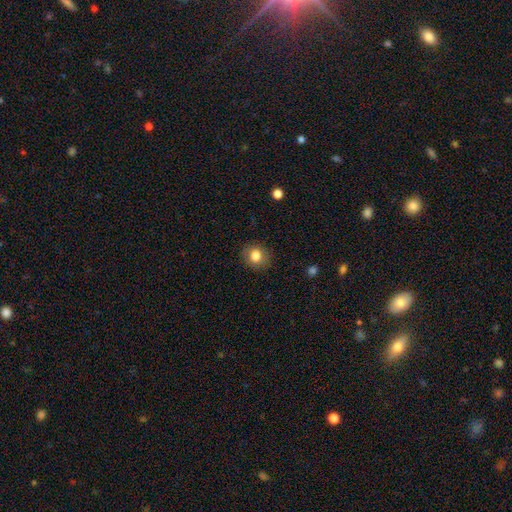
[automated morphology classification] Smooth or featured?
  - smooth: 82% *
  - star or artifact: 10%
  - featured or disk: 8%
How rounded?
  - round: 83% *
  - in between: 16%
  - cigar-shaped: 1%
Merging?
  - none: 88% *
  - minor disturbance: 8%
  - major disturbance: 3%
  - merger: 1%